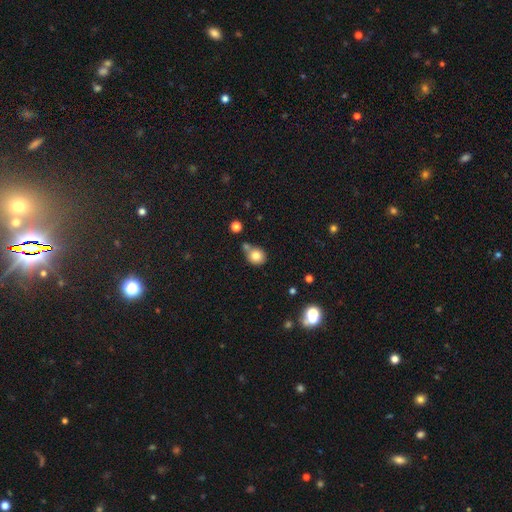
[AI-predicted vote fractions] This appears to be a smooth galaxy with no disk features (80%) that is round (81%). Merging: none (56%).